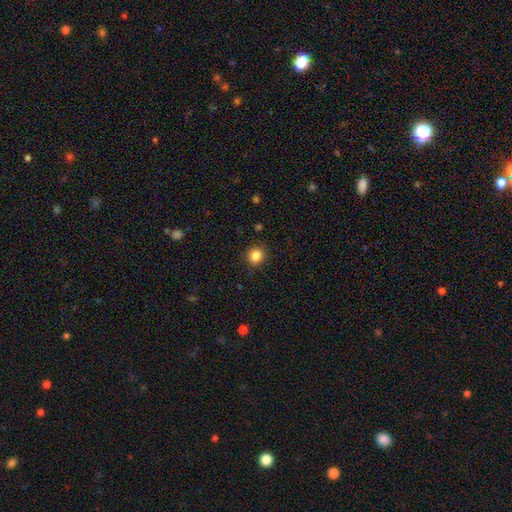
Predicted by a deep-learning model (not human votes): smooth_or_featured: smooth (p=0.84) [alt: star or artifact p=0.11]
how_rounded: round (p=0.82) [alt: in between p=0.17]
merging: none (p=0.90) [alt: minor disturbance p=0.07]